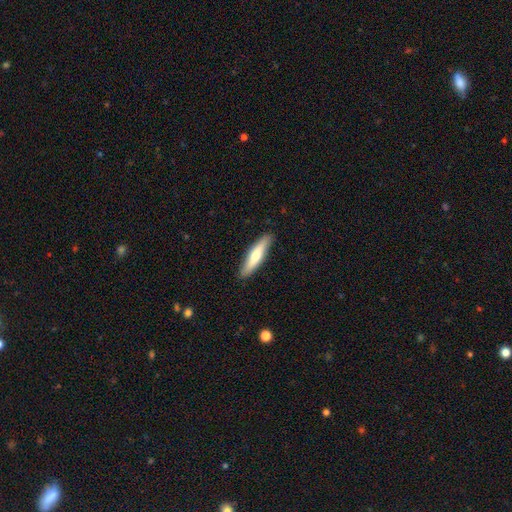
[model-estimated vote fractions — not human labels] smooth 60%, featured or disk 35%, star or artifact 5%. Down the decision tree: how rounded — cigar-shaped (81%); merging — none (89%).